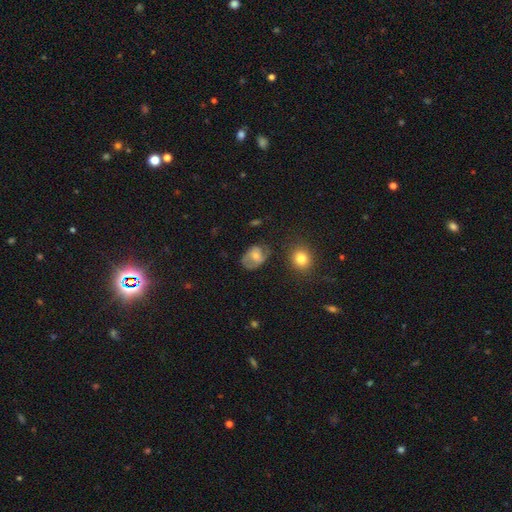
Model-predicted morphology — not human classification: This appears to be a smooth galaxy with no disk features (47%). Merging: none (57%).